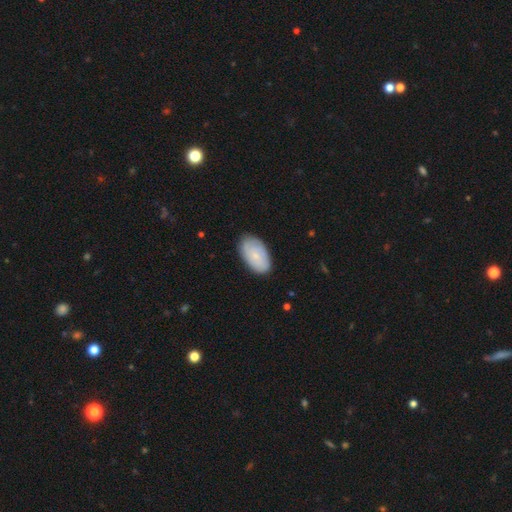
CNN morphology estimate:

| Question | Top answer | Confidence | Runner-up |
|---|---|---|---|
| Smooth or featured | smooth | 68% | featured or disk (26%) |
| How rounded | in between | 94% | round (4%) |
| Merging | none | 82% | minor disturbance (15%) |